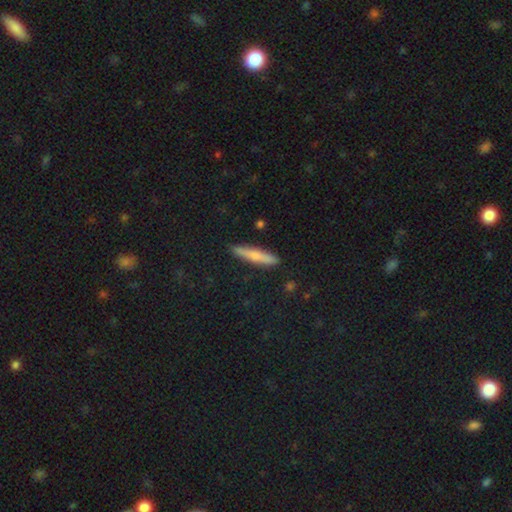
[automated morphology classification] smooth-or-featured: smooth: 61% | featured or disk: 32% | star or artifact: 7%
  how-rounded: cigar-shaped: 88% | in between: 10% | round: 2%
  merging: none: 89% | minor disturbance: 8% | major disturbance: 2% | merger: 1%